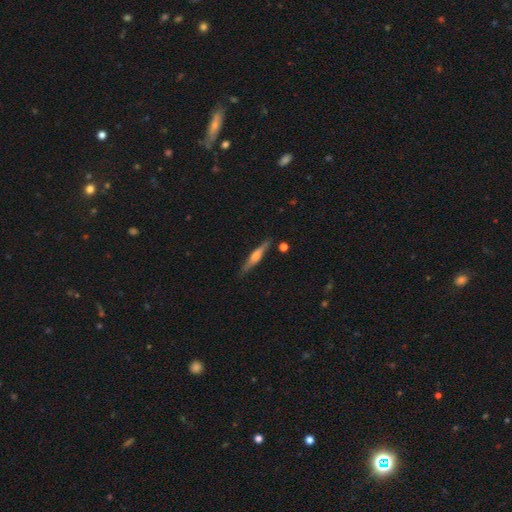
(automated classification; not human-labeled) Overall: featured or disk (64%; smooth 30%). Edge-on disk: yes (97%). Edge-on bulge: rounded (81%). Merging: none (86%).